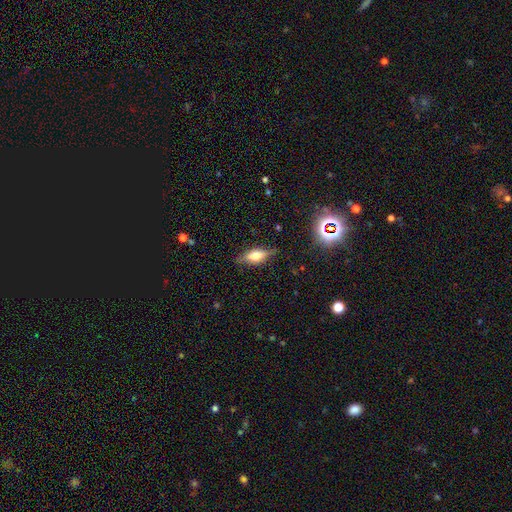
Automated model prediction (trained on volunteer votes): Overall: featured or disk (45%, tied with smooth). Merging: none (80%).